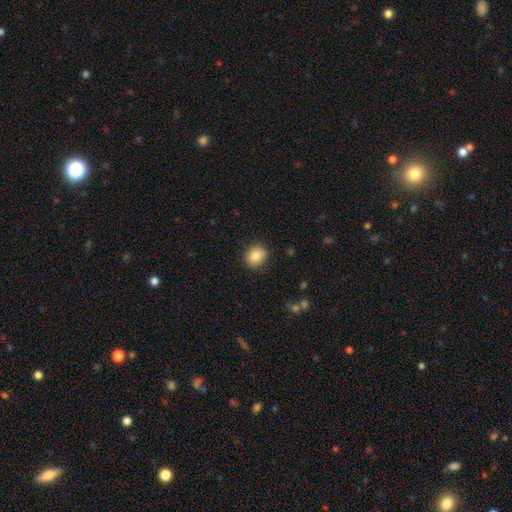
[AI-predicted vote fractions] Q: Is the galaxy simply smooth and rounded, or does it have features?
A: smooth — 84%.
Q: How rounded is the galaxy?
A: round — 70%.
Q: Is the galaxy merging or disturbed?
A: none — 88%.